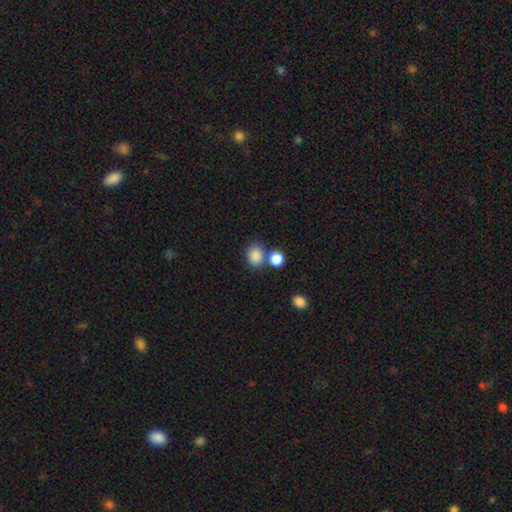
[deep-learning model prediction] Smooth or featured?
  - smooth: 85% *
  - star or artifact: 10%
  - featured or disk: 5%
How rounded?
  - round: 55% *
  - in between: 44%
  - cigar-shaped: 1%
Merging?
  - none: 62% *
  - merger: 23%
  - minor disturbance: 11%
  - major disturbance: 4%